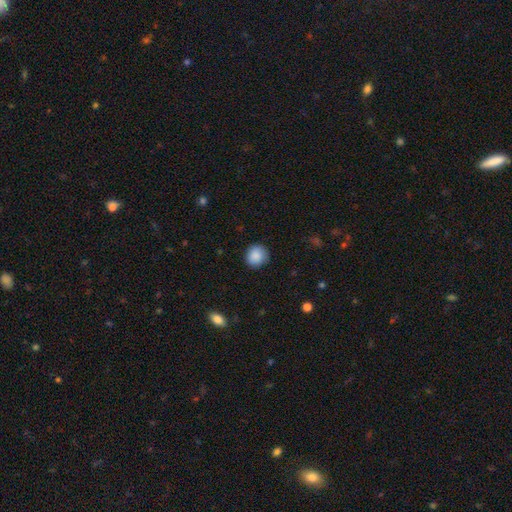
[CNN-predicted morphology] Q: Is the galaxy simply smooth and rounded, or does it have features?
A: smooth — 89%.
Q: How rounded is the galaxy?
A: round — 87%.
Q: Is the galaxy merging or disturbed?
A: none — 87%.